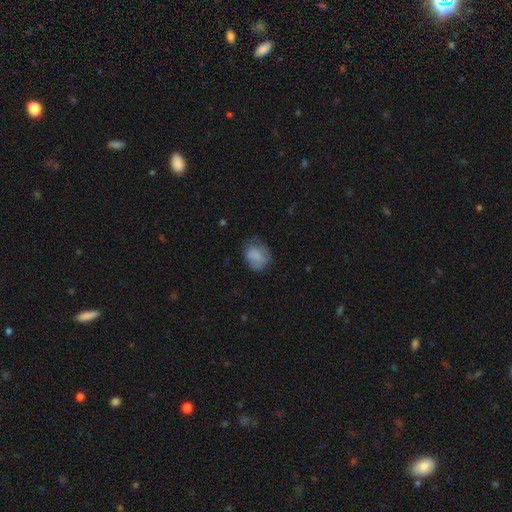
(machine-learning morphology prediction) Smooth or featured? smooth (77%)
How rounded? round (50%)
Merging? none (52%)